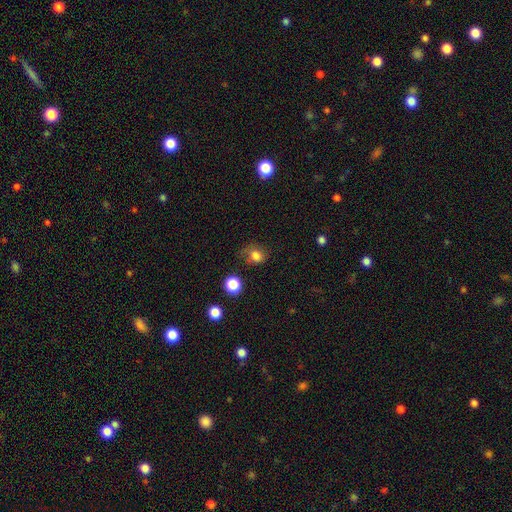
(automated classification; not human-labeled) A smooth galaxy with no disk features (78%) that is round (59%). Merging: none (56%).